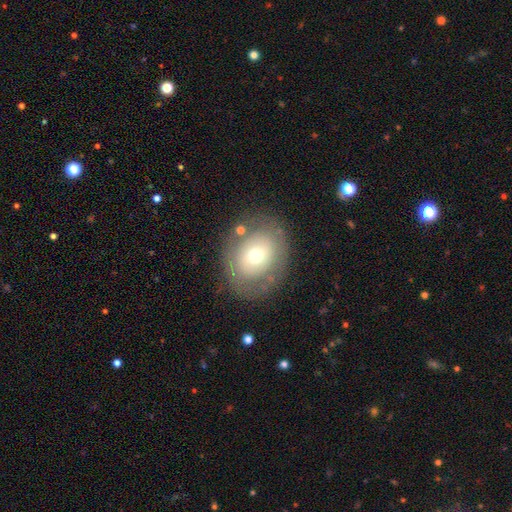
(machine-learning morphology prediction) This is possibly a smooth galaxy (54%). How rounded: possibly round (57%). Merging: likely none (76%).